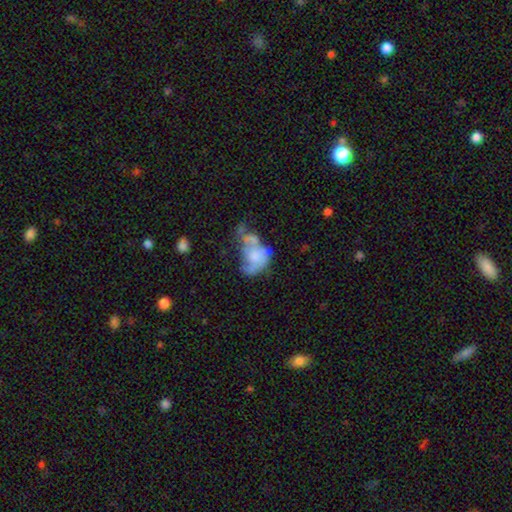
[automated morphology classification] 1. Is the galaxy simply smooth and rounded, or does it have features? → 50% featured or disk, 41% smooth, 9% star or artifact.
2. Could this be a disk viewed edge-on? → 97% no, 3% yes.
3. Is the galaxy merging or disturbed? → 33% major disturbance, 32% merger, 18% none, 17% minor disturbance.